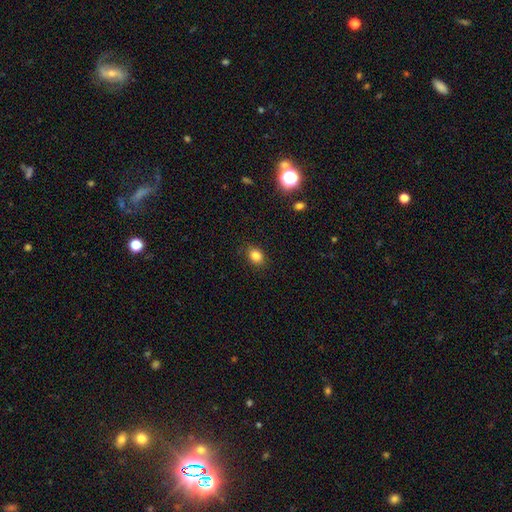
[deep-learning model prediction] smooth-or-featured: smooth: 84% | star or artifact: 11% | featured or disk: 5%
  how-rounded: in between: 58% | round: 41% | cigar-shaped: 1%
  merging: none: 86% | minor disturbance: 10% | major disturbance: 3% | merger: 1%